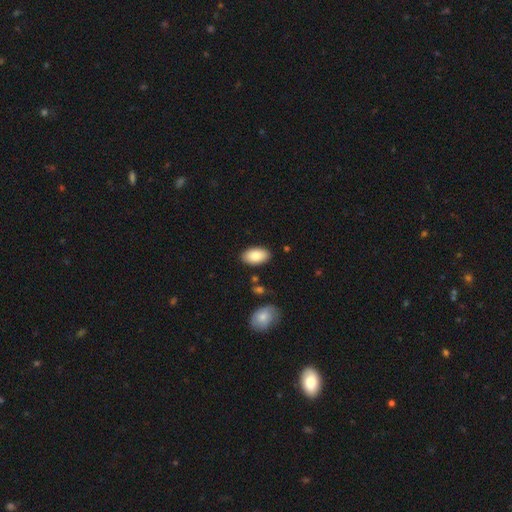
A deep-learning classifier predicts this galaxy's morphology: This appears to be a smooth galaxy with no disk features (88%) that is in between round and cigar-shaped (95%). Merging: none (86%).